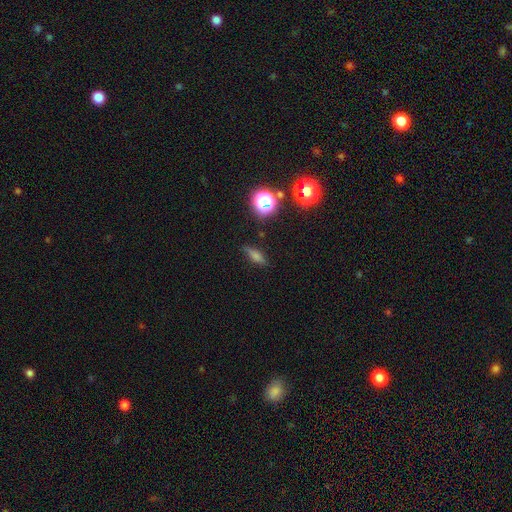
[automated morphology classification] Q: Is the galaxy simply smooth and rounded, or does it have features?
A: smooth — 63%.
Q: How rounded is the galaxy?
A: in between — 47%.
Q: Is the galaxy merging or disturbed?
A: none — 78%.